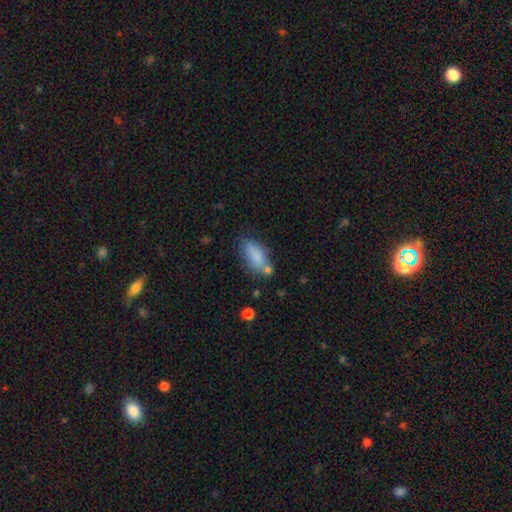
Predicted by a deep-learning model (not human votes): A smooth galaxy with no disk features (82%) that is in between round and cigar-shaped (81%). Merging: none (57%).